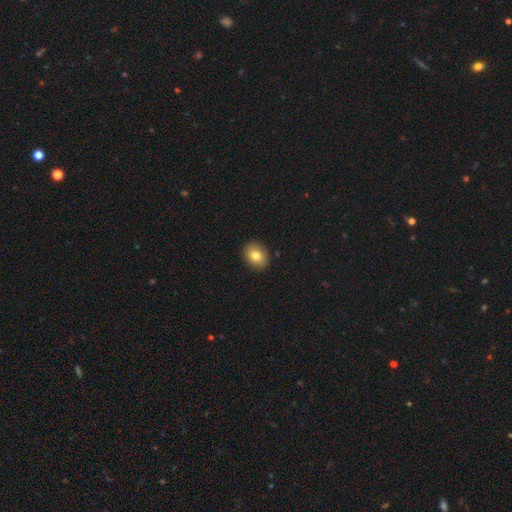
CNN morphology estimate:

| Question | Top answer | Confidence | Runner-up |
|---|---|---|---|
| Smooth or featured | smooth | 79% | featured or disk (12%) |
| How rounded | in between | 56% | round (43%) |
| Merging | none | 90% | minor disturbance (7%) |